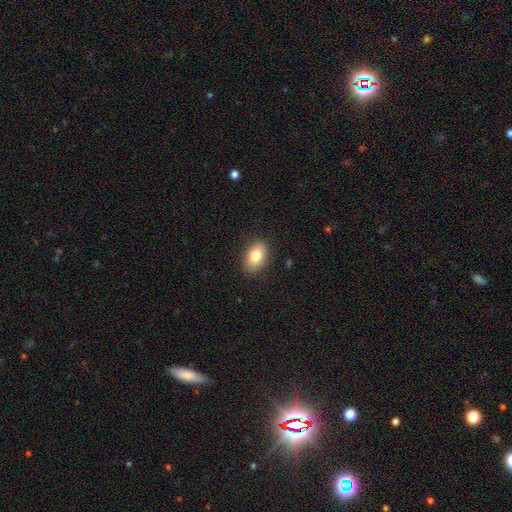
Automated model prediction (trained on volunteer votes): A smooth galaxy with no disk features (82%) that is in between round and cigar-shaped (85%). Merging: none (88%).